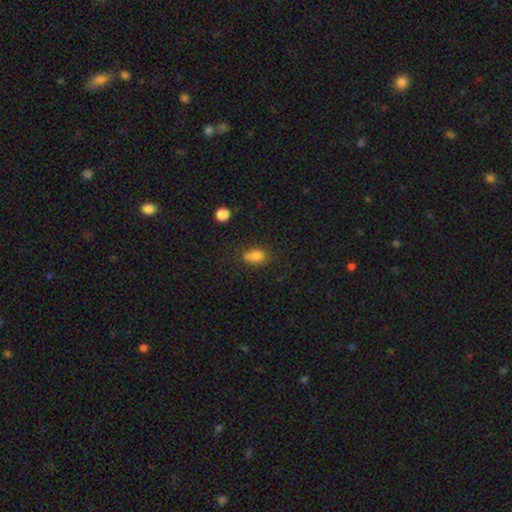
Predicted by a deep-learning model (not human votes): smooth_or_featured: smooth (p=0.78) [alt: star or artifact p=0.12]
how_rounded: in between (p=0.71) [alt: round p=0.27]
merging: none (p=0.54) [alt: minor disturbance p=0.24]